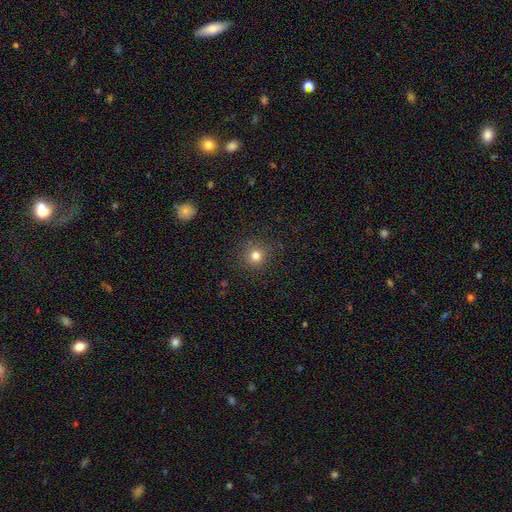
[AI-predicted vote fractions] This is likely a smooth galaxy (79%). How rounded: clearly round (94%). Merging: clearly none (90%).